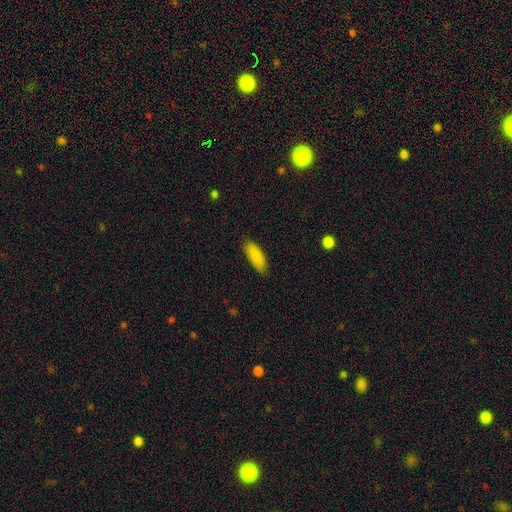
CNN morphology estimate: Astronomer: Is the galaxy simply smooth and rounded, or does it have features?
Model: smooth — 89%.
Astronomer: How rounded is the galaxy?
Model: in between — 67%.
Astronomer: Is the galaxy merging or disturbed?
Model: none — 85%.